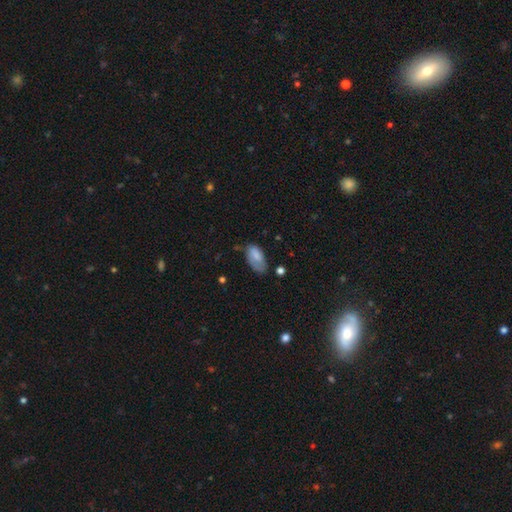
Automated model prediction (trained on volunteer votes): Q: Smooth or featured?
A: smooth (74%); runner-up: featured or disk (19%)
Q: How rounded?
A: in between (92%); runner-up: cigar-shaped (5%)
Q: Merging?
A: none (48%); runner-up: minor disturbance (34%)